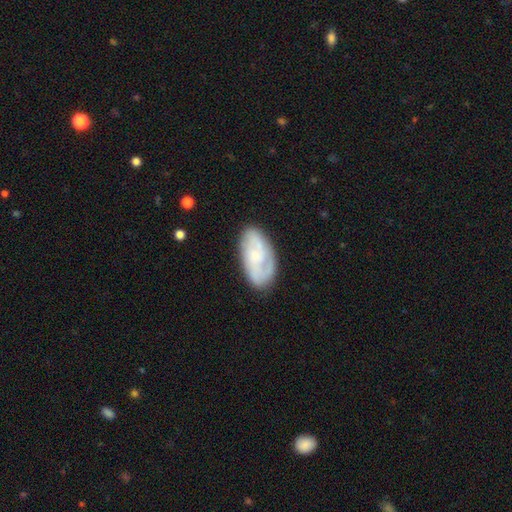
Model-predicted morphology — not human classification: Smooth or featured? Predicted: featured or disk (p=0.57). Edge-on disk? Predicted: no (p=0.95). Bar? Predicted: no (p=0.65). Spiral arms? Predicted: yes (p=0.83). Bulge size? Predicted: small (p=0.38). Merging? Predicted: none (p=0.72).